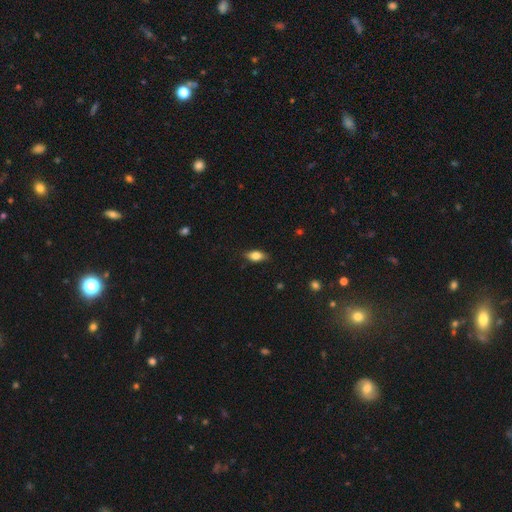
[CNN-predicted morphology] type=smooth (76%); roundness=in between (84%); merging=none (82%).